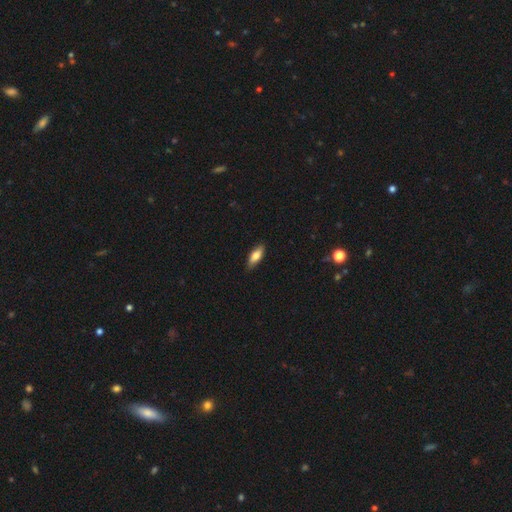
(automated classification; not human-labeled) This appears to be a smooth galaxy with no disk features (77%) that is in between round and cigar-shaped (72%). Merging: none (85%).